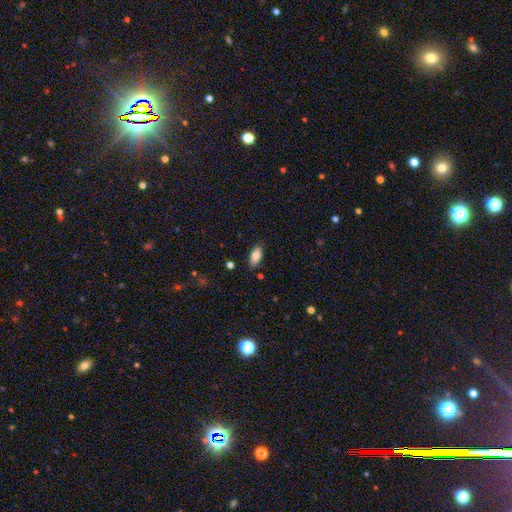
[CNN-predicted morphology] Overall: smooth (82%). How rounded: in between (88%). Merging: none (79%).